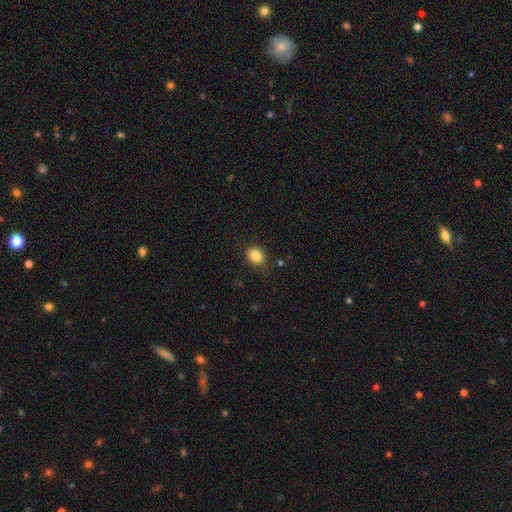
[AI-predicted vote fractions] smooth-or-featured: smooth: 84% | star or artifact: 10% | featured or disk: 7%
  how-rounded: in between: 57% | round: 42% | cigar-shaped: 1%
  merging: none: 84% | minor disturbance: 12% | major disturbance: 3% | merger: 1%